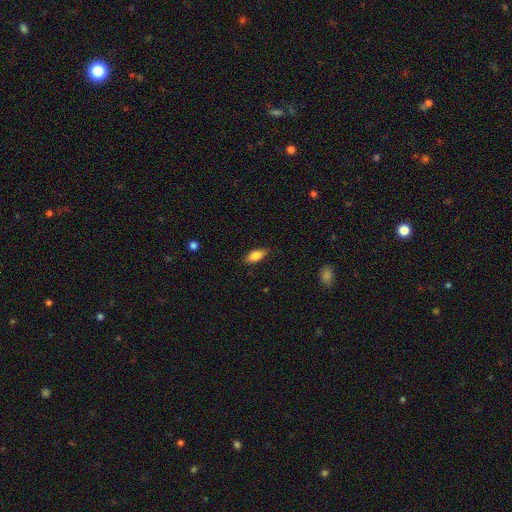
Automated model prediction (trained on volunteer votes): Smooth or featured? Predicted: smooth (p=0.83). How rounded? Predicted: in between (p=0.85). Merging? Predicted: none (p=0.84).